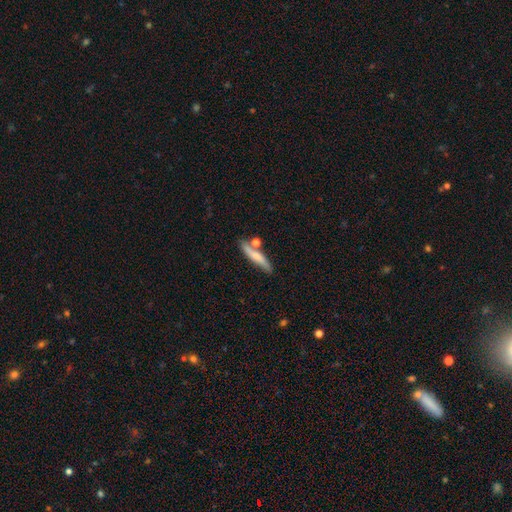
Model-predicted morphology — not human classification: smooth-or-featured: smooth: 63% | featured or disk: 30% | star or artifact: 6%
  how-rounded: cigar-shaped: 83% | in between: 14% | round: 3%
  merging: none: 65% | minor disturbance: 15% | merger: 15% | major disturbance: 4%